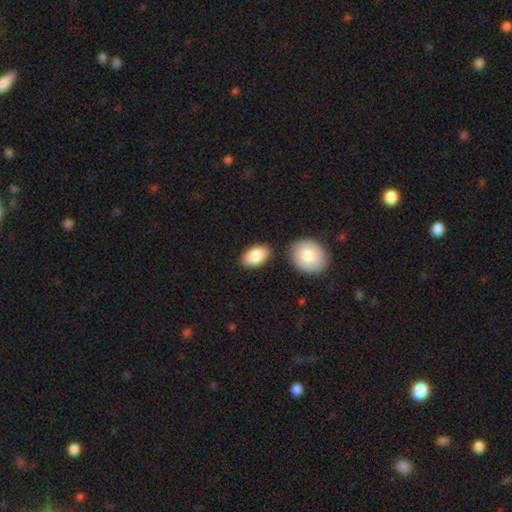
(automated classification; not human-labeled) smooth_or_featured: smooth (p=0.86) [alt: featured or disk p=0.08]
how_rounded: in between (p=0.92) [alt: round p=0.06]
merging: none (p=0.76) [alt: minor disturbance p=0.12]